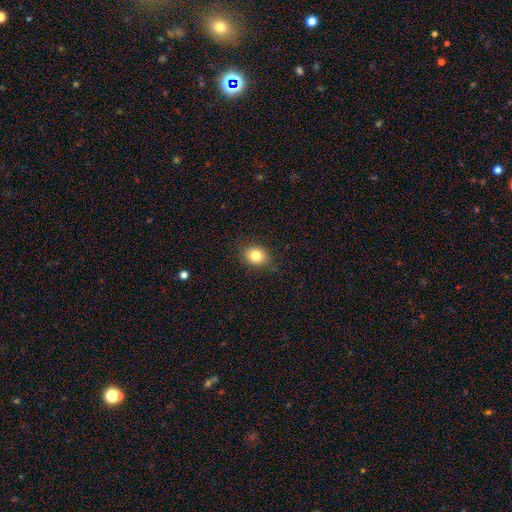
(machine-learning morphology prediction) type=smooth (82%); roundness=round (55%); merging=none (85%).